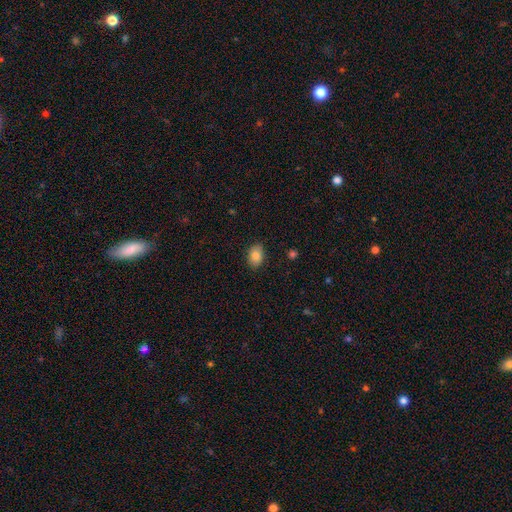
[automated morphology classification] smooth_or_featured: smooth (p=0.84) [alt: star or artifact p=0.08]
how_rounded: in between (p=0.77) [alt: round p=0.22]
merging: none (p=0.87) [alt: minor disturbance p=0.10]